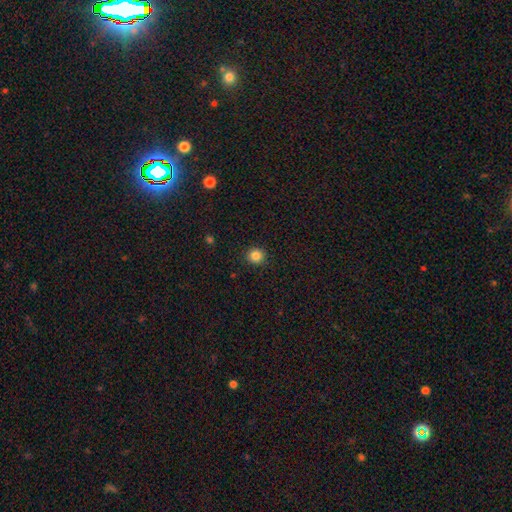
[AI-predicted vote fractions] Smooth or featured? Predicted: smooth (p=0.84). How rounded? Predicted: round (p=0.92). Merging? Predicted: none (p=0.91).